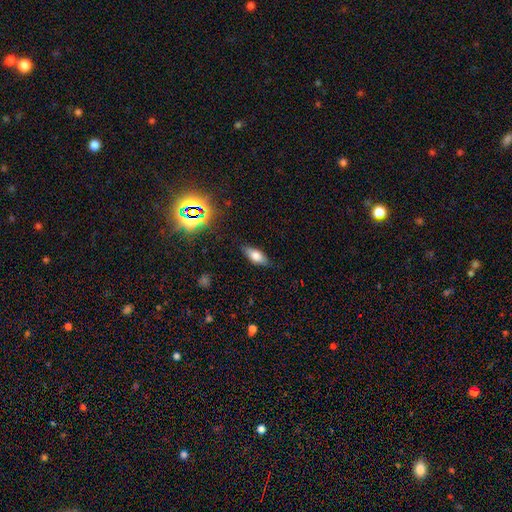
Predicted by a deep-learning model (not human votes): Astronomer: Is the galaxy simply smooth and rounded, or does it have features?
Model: smooth — 70%.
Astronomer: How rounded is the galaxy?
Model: in between — 78%.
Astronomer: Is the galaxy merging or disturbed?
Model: none — 84%.